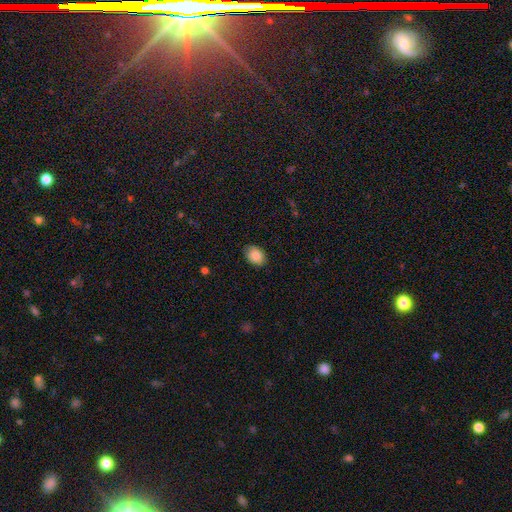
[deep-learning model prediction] Smooth or featured? Predicted: smooth (p=0.87). How rounded? Predicted: in between (p=0.74). Merging? Predicted: none (p=0.82).